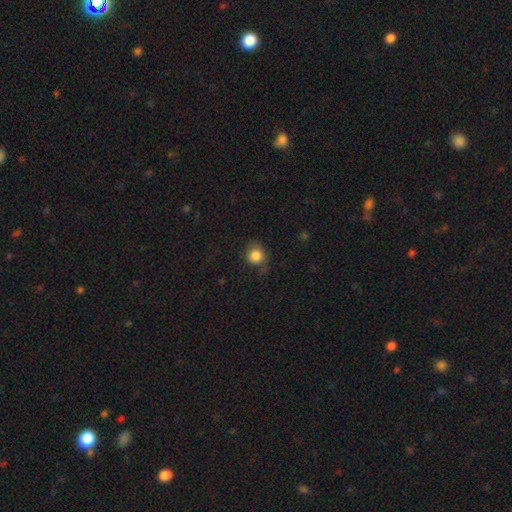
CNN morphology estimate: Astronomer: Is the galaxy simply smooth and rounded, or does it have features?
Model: smooth — 85%.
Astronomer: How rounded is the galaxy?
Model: round — 87%.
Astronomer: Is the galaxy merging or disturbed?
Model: none — 73%.